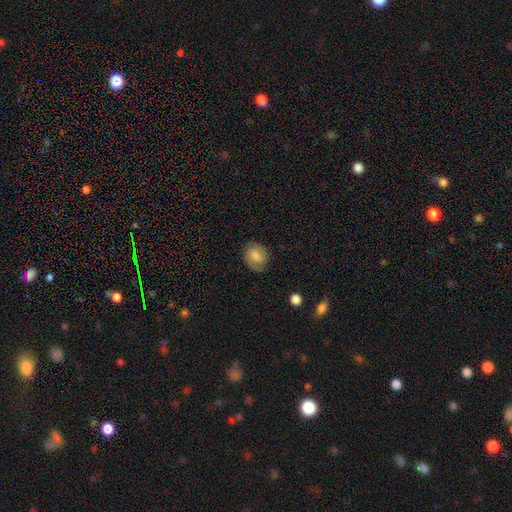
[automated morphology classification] Smooth or featured?
  - smooth: 56% *
  - featured or disk: 35%
  - star or artifact: 9%
How rounded?
  - round: 62% *
  - in between: 37%
  - cigar-shaped: 1%
Merging?
  - none: 74% *
  - minor disturbance: 19%
  - major disturbance: 6%
  - merger: 1%